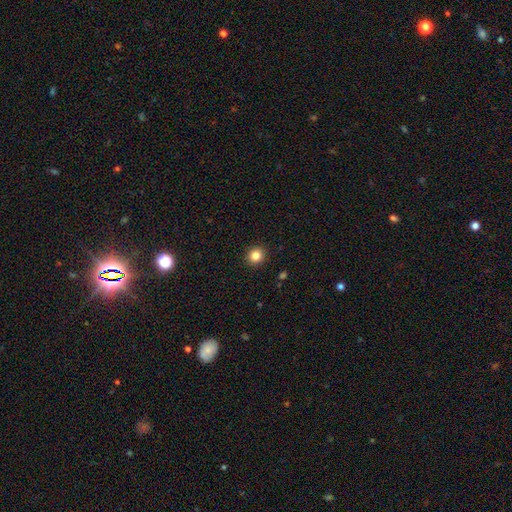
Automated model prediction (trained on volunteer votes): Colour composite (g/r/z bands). It shows a smooth galaxy with no disk features (84%) that is round (90%). Merging: none (92%).